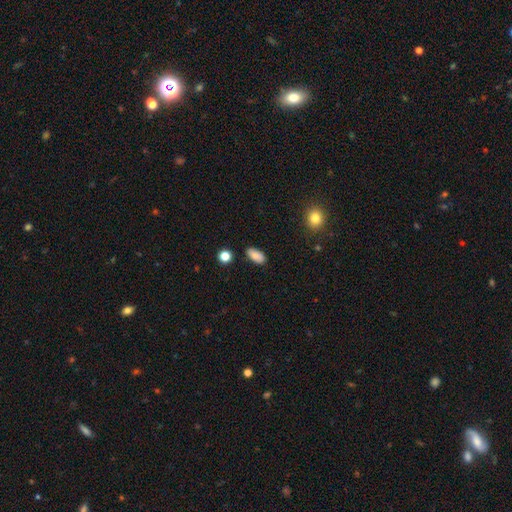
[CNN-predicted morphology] A smooth galaxy with no disk features (84%) that is in between round and cigar-shaped (90%). Merging: none (85%).